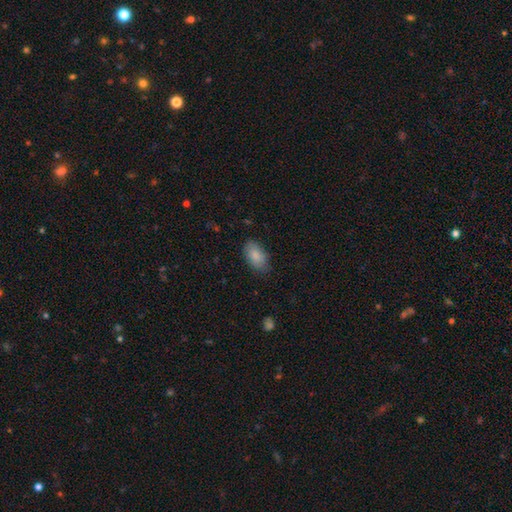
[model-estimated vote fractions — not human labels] smooth 87%, featured or disk 7%, star or artifact 6%. Down the decision tree: how rounded — in between (94%); merging — none (79%).